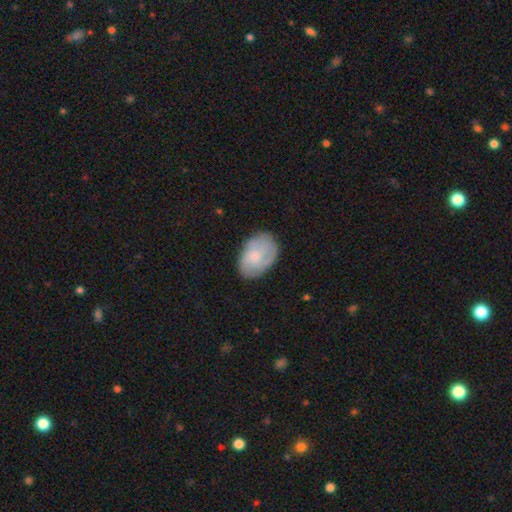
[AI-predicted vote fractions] Q: Smooth or featured?
A: smooth (56%); runner-up: featured or disk (38%)
Q: How rounded?
A: in between (85%); runner-up: round (14%)
Q: Merging?
A: none (73%); runner-up: minor disturbance (20%)